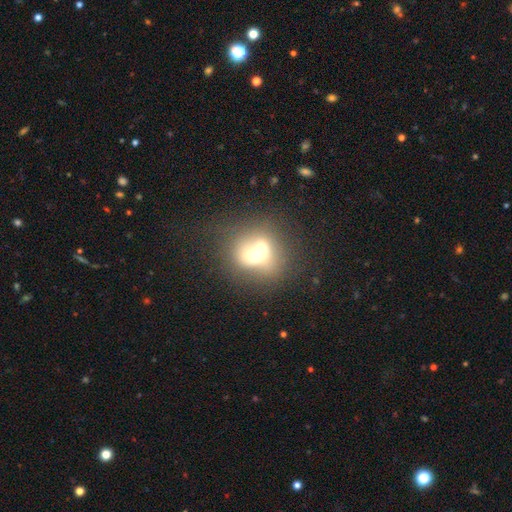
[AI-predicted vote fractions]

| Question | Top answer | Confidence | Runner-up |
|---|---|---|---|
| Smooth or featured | smooth | 60% | featured or disk (29%) |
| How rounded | round | 73% | in between (26%) |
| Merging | merger | 69% | none (22%) |